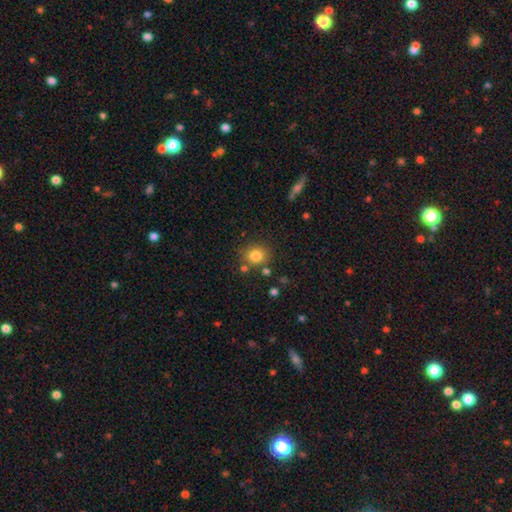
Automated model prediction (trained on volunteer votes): Morphology: type=smooth (82%); roundness=round (78%); merging=none (78%).